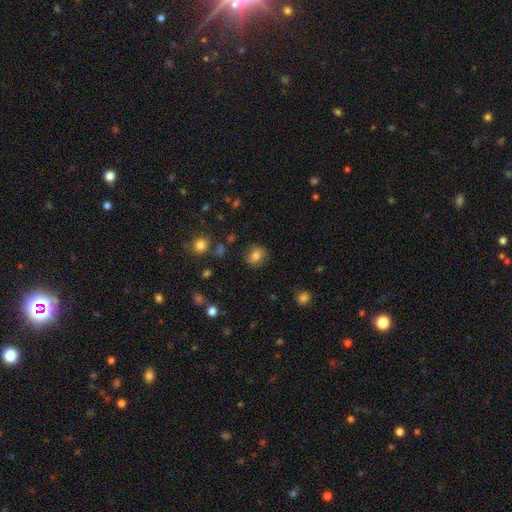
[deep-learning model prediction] smooth 79%, star or artifact 11%, featured or disk 11%. Down the decision tree: how rounded — round (75%); merging — none (83%).